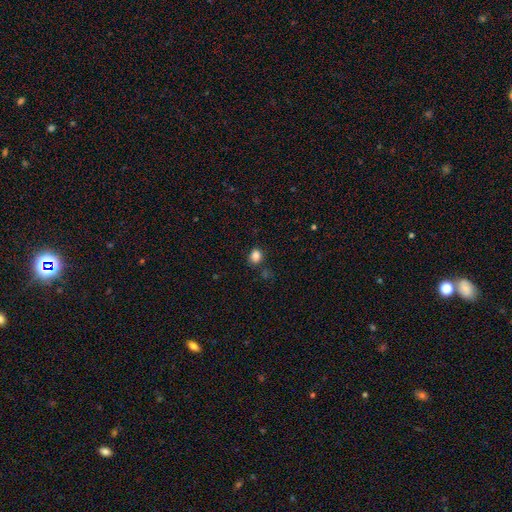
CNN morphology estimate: Smooth or featured? smooth (84%)
How rounded? round (53%)
Merging? none (79%)